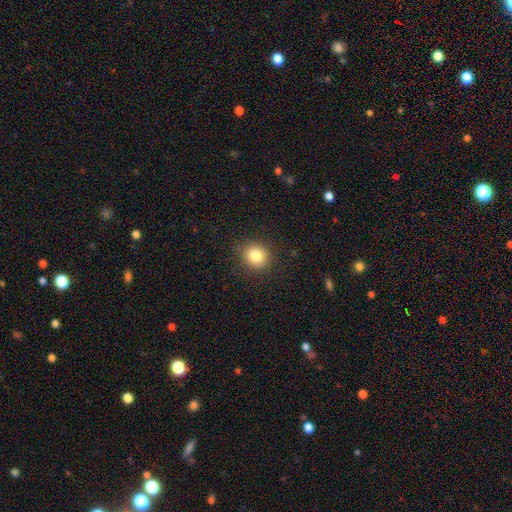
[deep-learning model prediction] The model was most divided on "how rounded": round: 81%, in between: 18%, cigar-shaped: 1%. More confident: merging — none (87%); smooth or featured — smooth (83%).